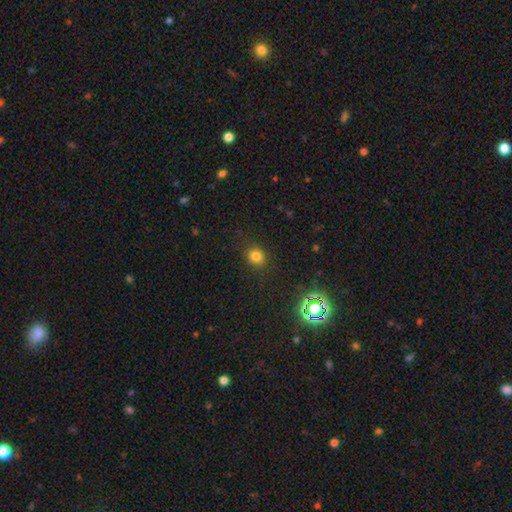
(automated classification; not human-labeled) This is likely a smooth galaxy (79%). How rounded: likely round (78%). Merging: clearly none (85%).